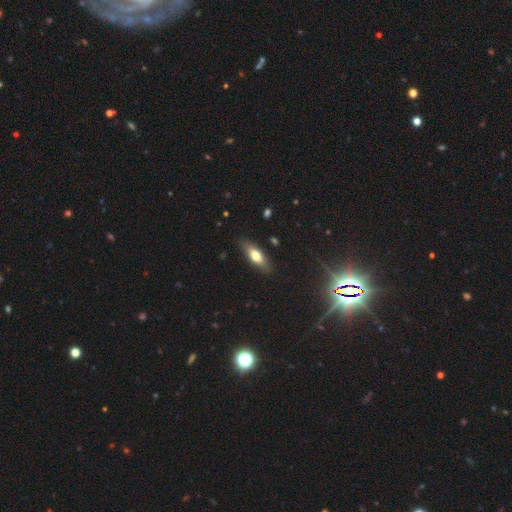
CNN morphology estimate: This appears to be a smooth galaxy with no disk features (66%) that is in between round and cigar-shaped (63%). Merging: none (85%).